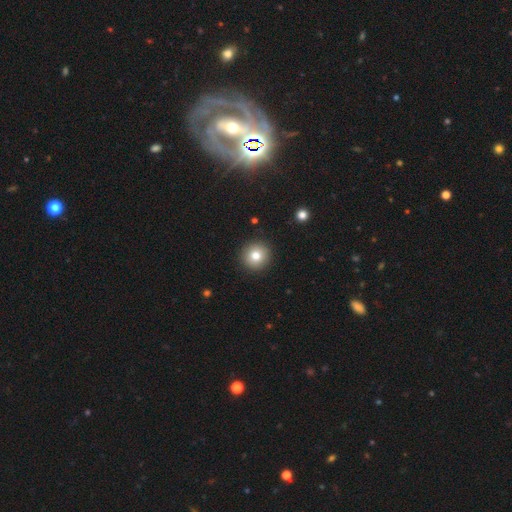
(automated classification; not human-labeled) This appears to be a smooth galaxy with no disk features (79%) that is round (94%). Merging: none (91%).